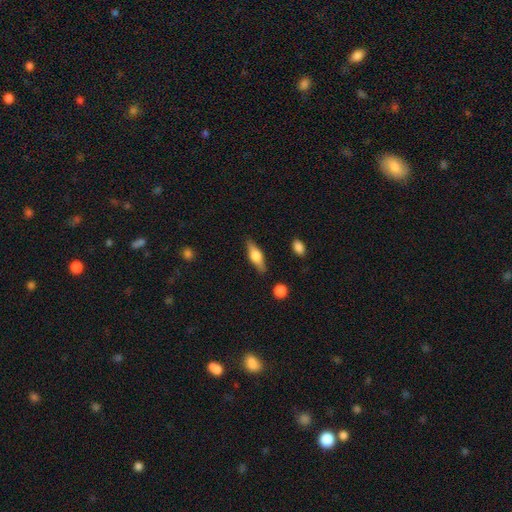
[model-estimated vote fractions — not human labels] smooth_or_featured: featured or disk (p=0.48) [alt: smooth p=0.45]
merging: none (p=0.85) [alt: minor disturbance p=0.11]